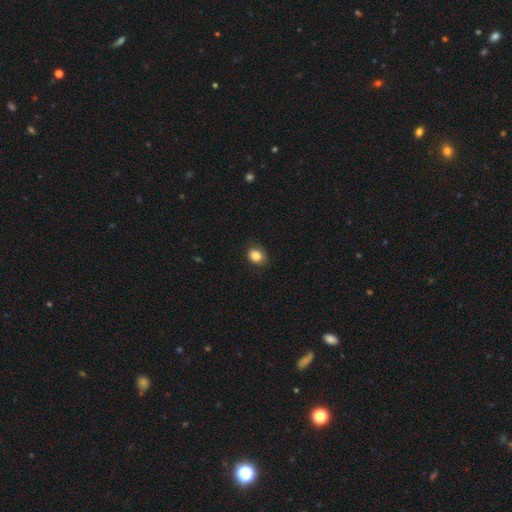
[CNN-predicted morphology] smooth 86%, star or artifact 9%, featured or disk 5%. Down the decision tree: how rounded — round (52%); merging — none (78%).